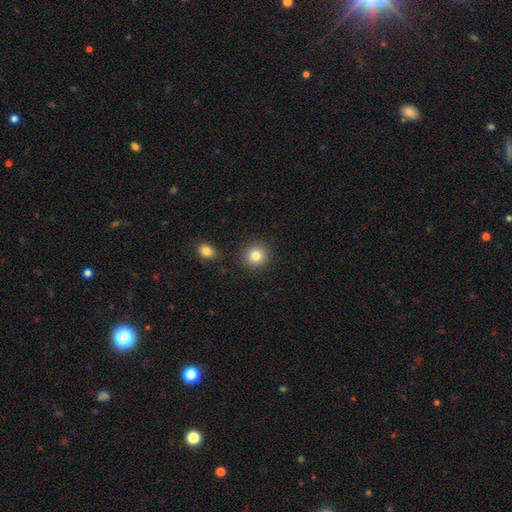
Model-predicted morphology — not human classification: A smooth galaxy with no disk features (84%) that is round (91%).

Vote fractions:
- Smooth or featured? smooth: 84% / star or artifact: 10% / featured or disk: 6%
- How rounded? round: 91% / in between: 8% / cigar-shaped: 1%
- Merging? none: 89% / minor disturbance: 6% / merger: 3% / major disturbance: 2%